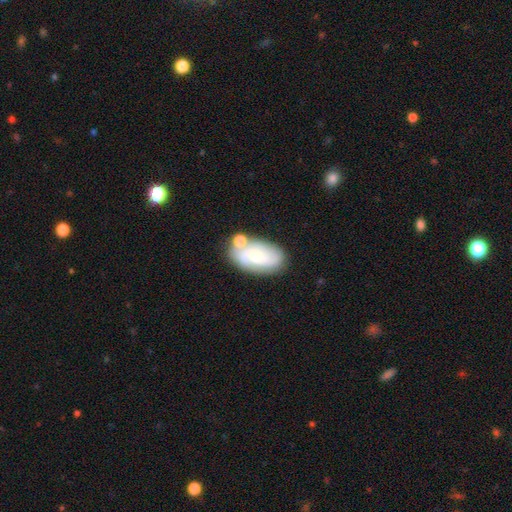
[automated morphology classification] type=featured or disk (58%); edge-on=no (95%); bar=no (62%); spiral arms=yes (84%); bulge=small (47%); merging=none (57%).